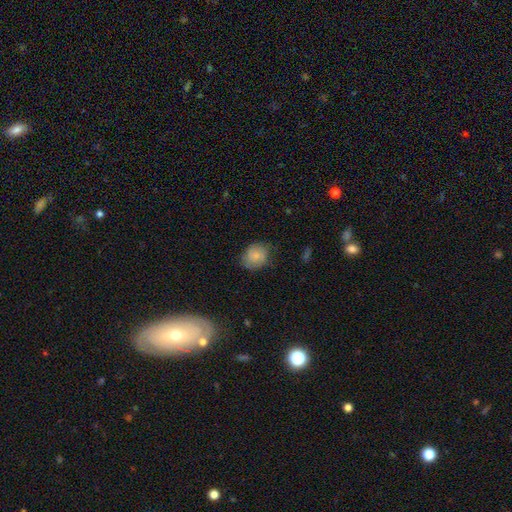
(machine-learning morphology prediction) A smooth galaxy with no disk features (80%) that is round (60%). Merging: none (69%).